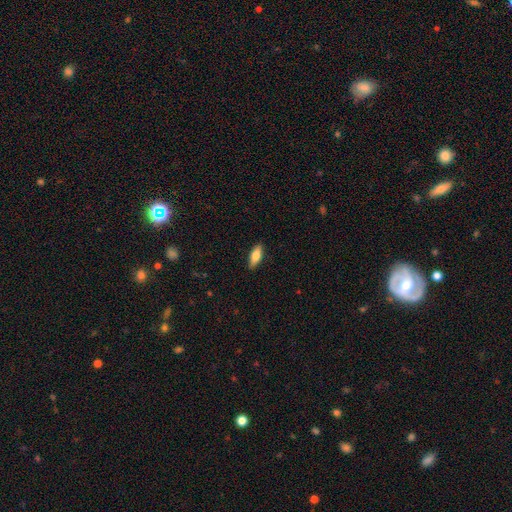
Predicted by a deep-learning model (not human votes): This is likely a smooth galaxy (71%). How rounded: likely in between (69%). Merging: clearly none (89%).